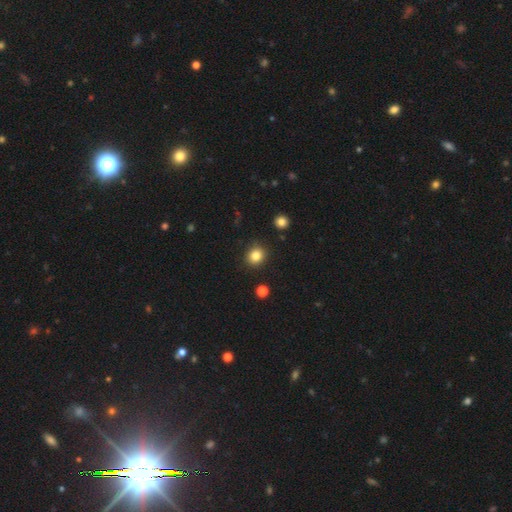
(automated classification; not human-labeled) Smooth or featured: smooth — 84% (star or artifact — 11%)
How rounded: round — 80% (in between — 19%)
Merging: none — 89% (minor disturbance — 7%)